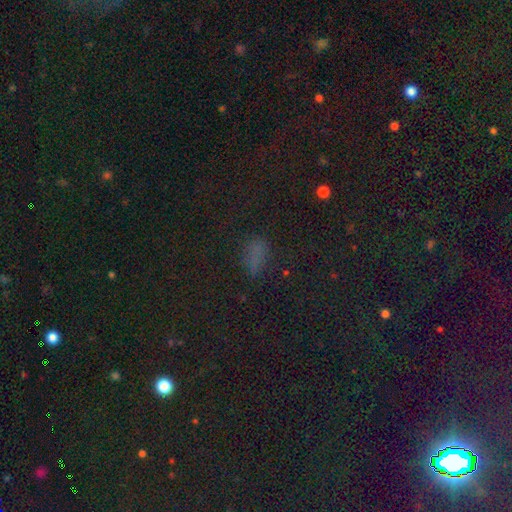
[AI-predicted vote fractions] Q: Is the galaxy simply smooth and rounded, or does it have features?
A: smooth — 56%.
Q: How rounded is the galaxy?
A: in between — 77%.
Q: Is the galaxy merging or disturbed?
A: none — 69%.